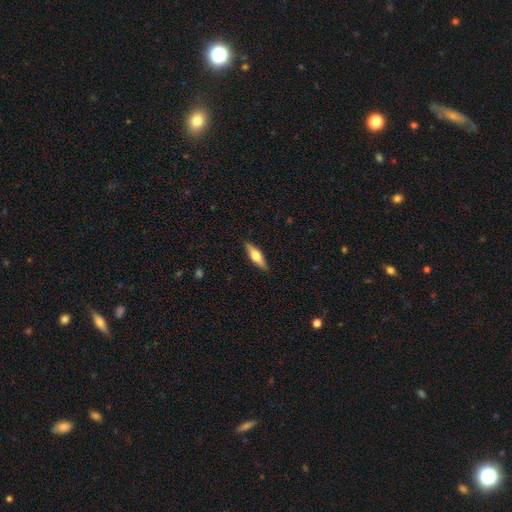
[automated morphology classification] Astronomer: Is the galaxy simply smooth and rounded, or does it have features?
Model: smooth — 47%, tied with featured or disk at 47%.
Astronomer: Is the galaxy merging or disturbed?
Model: none — 88%.